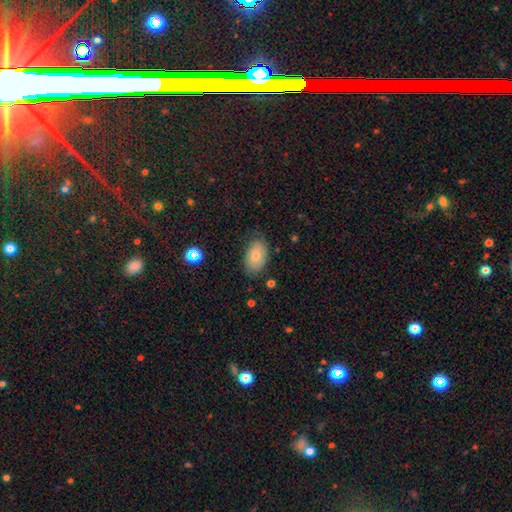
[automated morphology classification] Overall: smooth (65%). How rounded: in between (91%). Merging: none (74%).